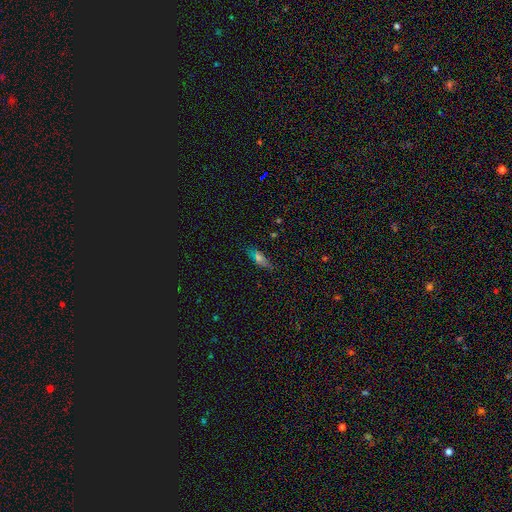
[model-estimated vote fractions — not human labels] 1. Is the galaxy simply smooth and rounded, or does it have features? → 46% smooth, 33% featured or disk, 21% star or artifact.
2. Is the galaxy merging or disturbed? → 80% none, 14% minor disturbance, 4% major disturbance, 2% merger.